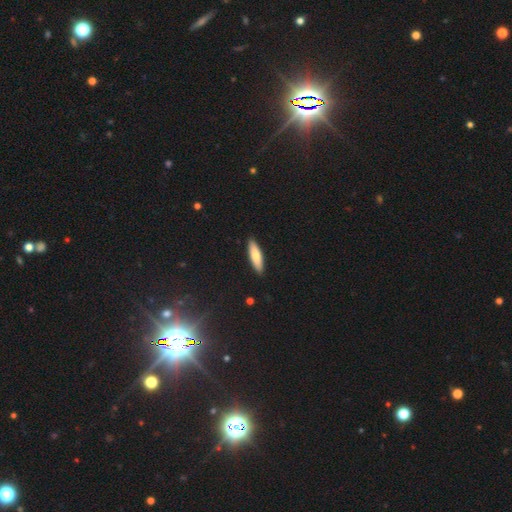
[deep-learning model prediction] Smooth or featured? smooth (77%)
How rounded? cigar-shaped (67%)
Merging? none (90%)